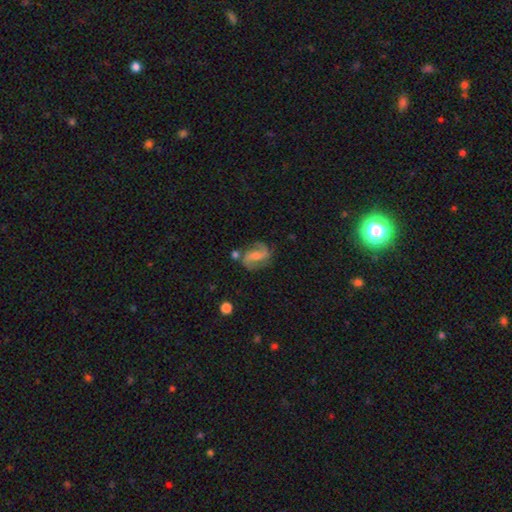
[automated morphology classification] Smooth or featured? Predicted: featured or disk (p=0.84). Edge-on disk? Predicted: no (p=0.98). Bar? Predicted: weak (p=0.46). Spiral arms? Predicted: yes (p=0.96). Spiral winding? Predicted: medium (p=0.49). Spiral arm count? Predicted: 2 (p=0.91). Bulge size? Predicted: small (p=0.43). Merging? Predicted: none (p=0.75).